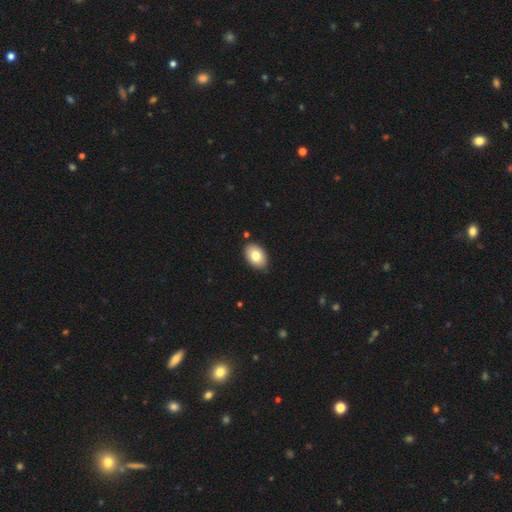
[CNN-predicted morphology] smooth_or_featured: smooth (p=0.80) [alt: featured or disk p=0.13]
how_rounded: in between (p=0.89) [alt: round p=0.10]
merging: none (p=0.85) [alt: minor disturbance p=0.11]